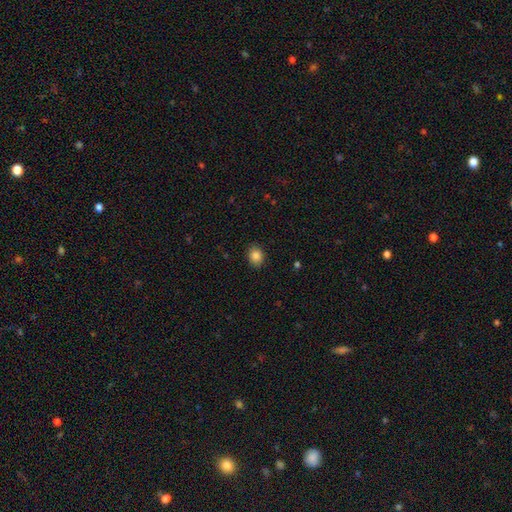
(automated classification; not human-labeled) smooth 86%, star or artifact 9%, featured or disk 5%. Down the decision tree: how rounded — round (53%); merging — none (89%).